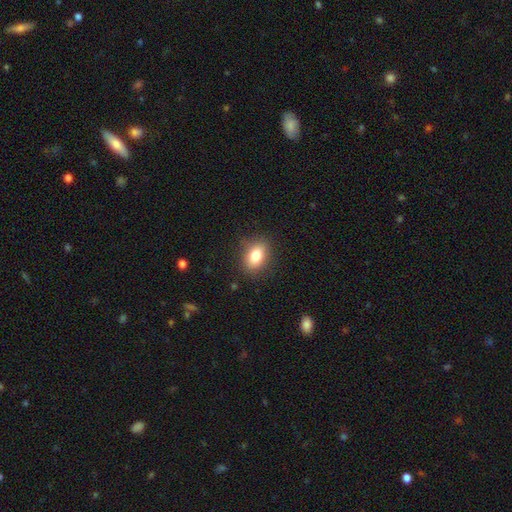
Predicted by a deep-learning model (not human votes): smooth_or_featured: smooth (p=0.82) [alt: featured or disk p=0.09]
how_rounded: in between (p=0.79) [alt: round p=0.19]
merging: none (p=0.85) [alt: minor disturbance p=0.11]